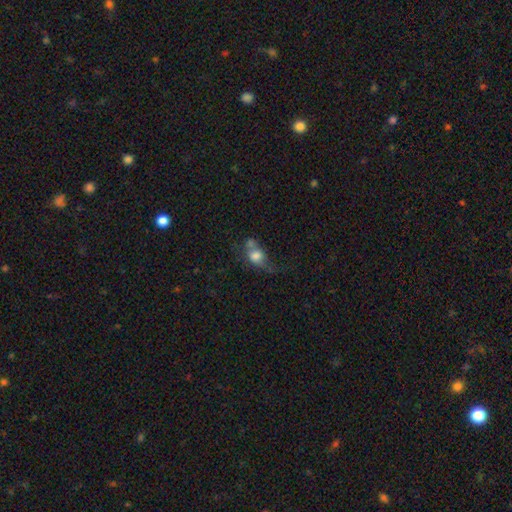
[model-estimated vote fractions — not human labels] Morphology: type=smooth (66%); roundness=in between (59%); merging=merger (30%).